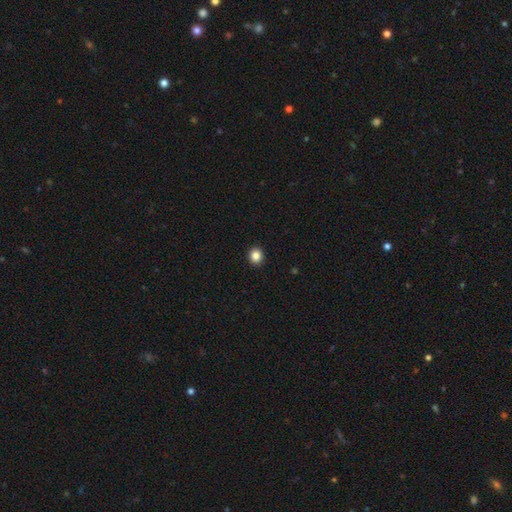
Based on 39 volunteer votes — Overall: smooth (95%). How rounded: round (100%). Merging: none (97%).